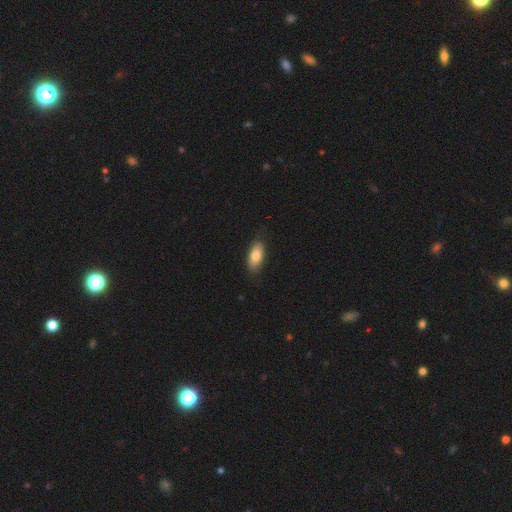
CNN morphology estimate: Overall: smooth (80%). How rounded: in between (87%). Merging: none (83%).